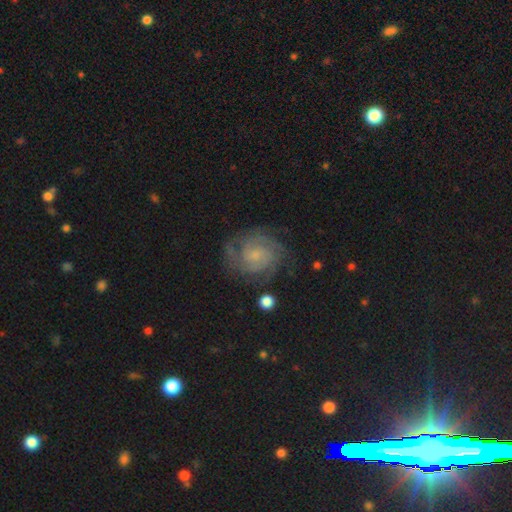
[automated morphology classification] Smooth or featured: featured or disk — 81% (smooth — 12%)
Edge-on disk: no — 98% (yes — 2%)
Bar: no — 64% (weak — 31%)
Spiral arms: yes — 96% (no — 4%)
Spiral winding: tight — 64% (medium — 30%)
Spiral arm count: 2 — 27% (can't tell — 26%)
Bulge size: small — 61% (moderate — 20%)
Merging: none — 74% (minor disturbance — 16%)